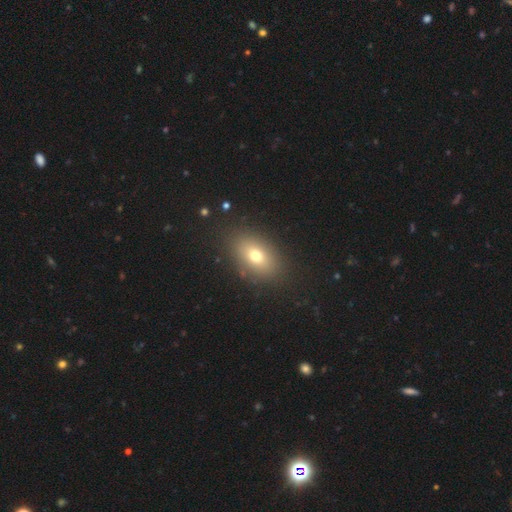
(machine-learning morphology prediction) Smooth or featured: smooth — 71% (featured or disk — 16%)
How rounded: in between — 80% (round — 18%)
Merging: none — 85% (minor disturbance — 9%)